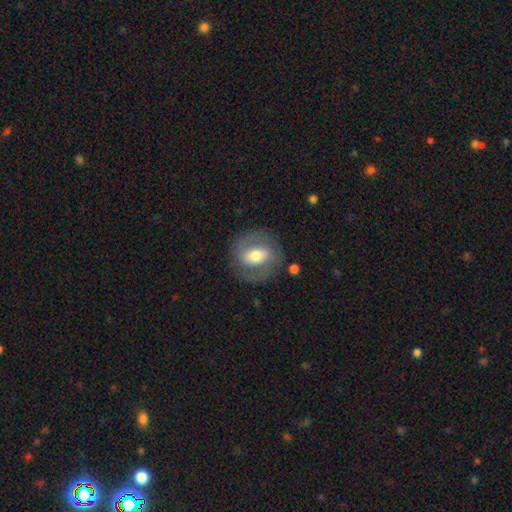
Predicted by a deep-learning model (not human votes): smooth_or_featured: featured or disk (p=0.56) [alt: smooth p=0.37]
disk_edge_on: no (p=0.94) [alt: yes p=0.06]
bar: weak (p=0.39) [alt: strong p=0.31]
has_spiral_arms: yes (p=0.52) [alt: no p=0.48]
bulge_size: moderate (p=0.68) [alt: large p=0.16]
merging: none (p=0.79) [alt: minor disturbance p=0.12]